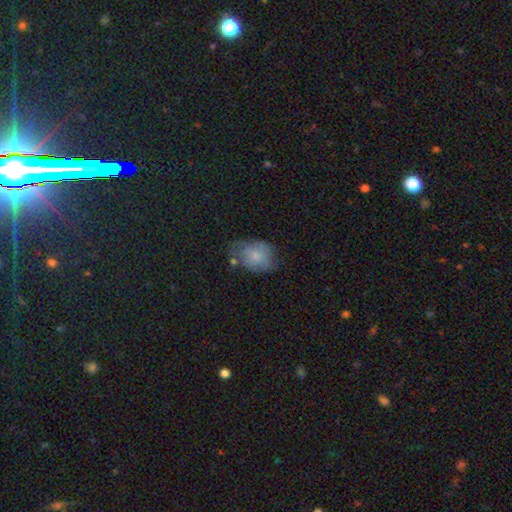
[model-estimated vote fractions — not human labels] smooth_or_featured: smooth (p=0.68) [alt: featured or disk p=0.24]
how_rounded: in between (p=0.73) [alt: round p=0.26]
merging: none (p=0.45) [alt: minor disturbance p=0.34]